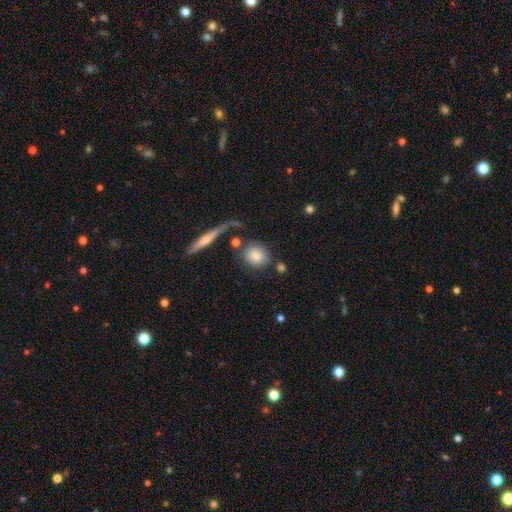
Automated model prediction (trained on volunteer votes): Morphology: type=smooth (82%); roundness=round (74%); merging=none (70%).